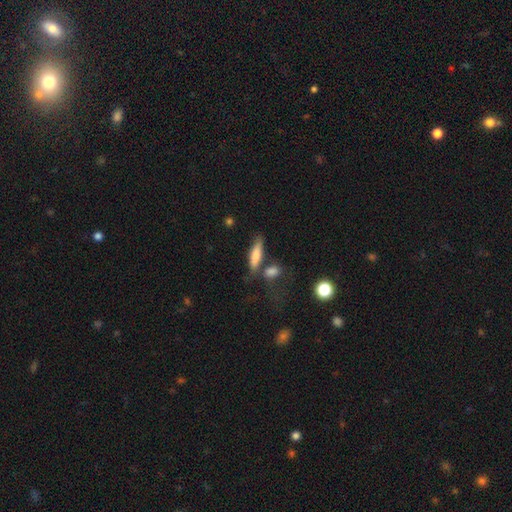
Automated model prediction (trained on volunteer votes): Smooth or featured?
  - smooth: 76% *
  - featured or disk: 17%
  - star or artifact: 7%
How rounded?
  - cigar-shaped: 61% *
  - in between: 36%
  - round: 3%
Merging?
  - none: 56% *
  - merger: 18%
  - minor disturbance: 18%
  - major disturbance: 7%